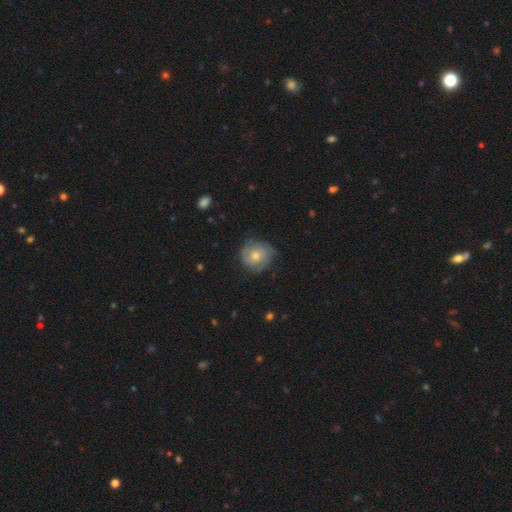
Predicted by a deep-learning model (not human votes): smooth-or-featured: featured or disk: 52% | smooth: 42% | star or artifact: 7%
  disk-edge-on: no: 97% | yes: 3%
    bar: no: 80% | weak: 18% | strong: 3%
    has-spiral-arms: yes: 84% | no: 16%
    bulge-size: moderate: 64% | small: 26% | large: 6% | none: 2% | dominant: 1%
  merging: none: 70% | minor disturbance: 22% | major disturbance: 7% | merger: 1%